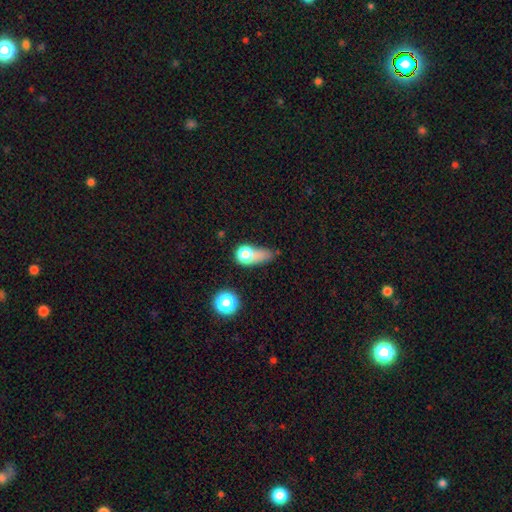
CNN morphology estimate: Overall: smooth (70%). How rounded: in between (46%; round 43%). Merging: major disturbance (35%; none 25%).